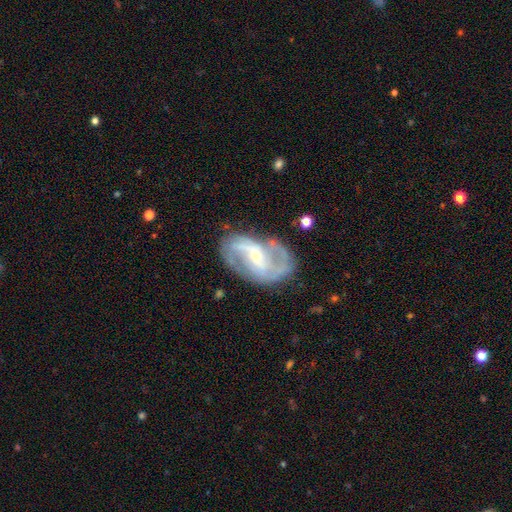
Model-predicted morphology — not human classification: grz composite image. It shows a featured or disk galaxy (86%) with a weak bar (46%), 2 (79%) medium (49%) spiral arms (94%) and a small central bulge (66%). Merging: none (72%).